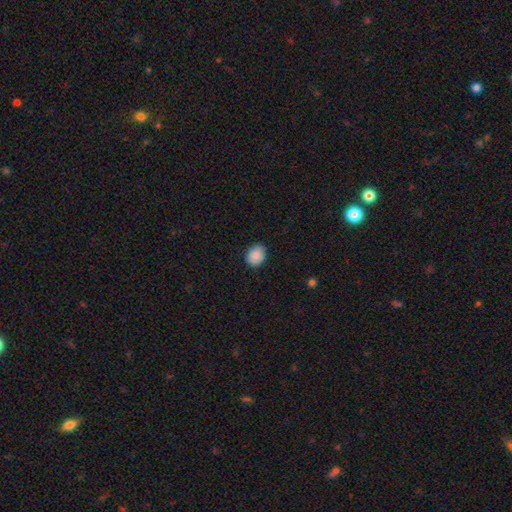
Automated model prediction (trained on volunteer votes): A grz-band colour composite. It shows a smooth galaxy with no disk features (88%) that is in between round and cigar-shaped (56%). Merging: none (85%).